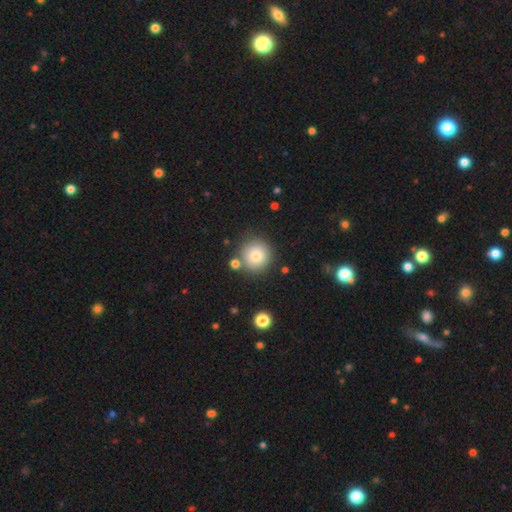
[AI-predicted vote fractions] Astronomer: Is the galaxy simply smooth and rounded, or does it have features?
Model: smooth — 80%.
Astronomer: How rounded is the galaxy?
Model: round — 94%.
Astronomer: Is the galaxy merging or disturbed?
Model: none — 80%.